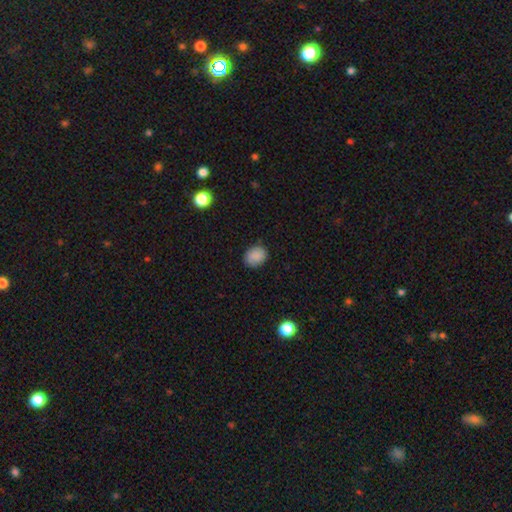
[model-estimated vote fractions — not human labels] smooth_or_featured: smooth (p=0.88) [alt: star or artifact p=0.09]
how_rounded: round (p=0.51) [alt: in between p=0.48]
merging: none (p=0.85) [alt: minor disturbance p=0.12]